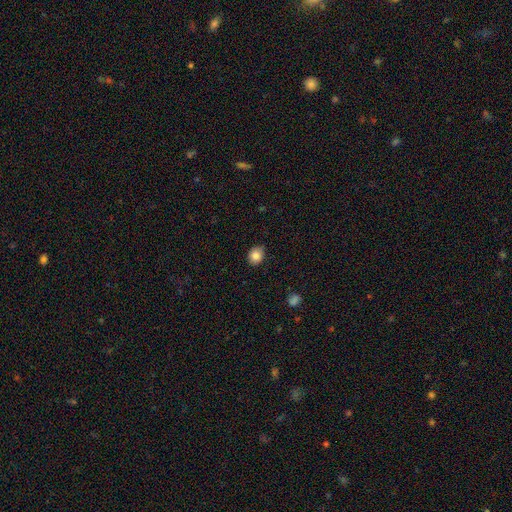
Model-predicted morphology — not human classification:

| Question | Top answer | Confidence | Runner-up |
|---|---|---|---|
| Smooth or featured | smooth | 85% | star or artifact (9%) |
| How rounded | round | 63% | in between (36%) |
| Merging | none | 83% | minor disturbance (14%) |